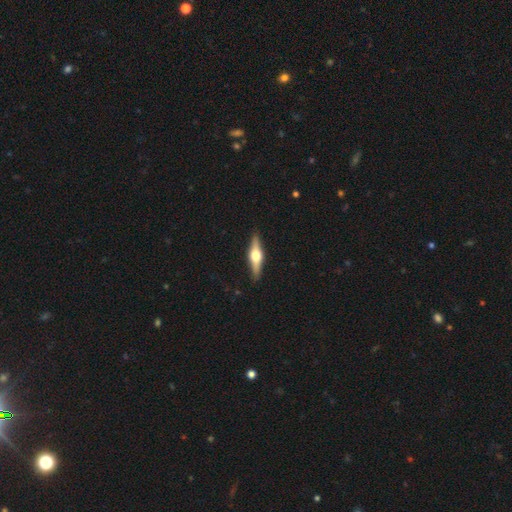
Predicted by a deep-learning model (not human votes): featured or disk 72%, smooth 23%, star or artifact 5%. Down the decision tree: edge-on disk — yes (97%); edge-on bulge — rounded (95%); merging — none (90%).